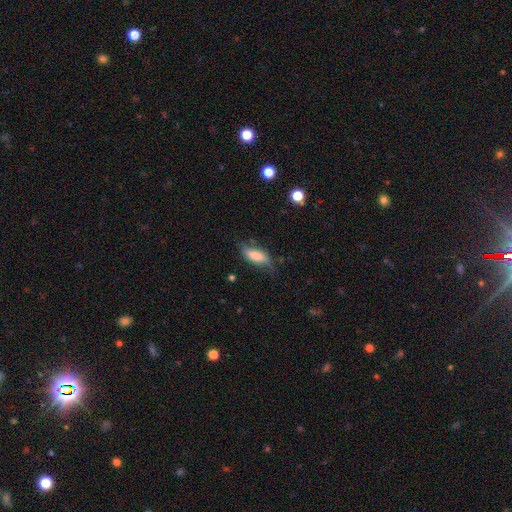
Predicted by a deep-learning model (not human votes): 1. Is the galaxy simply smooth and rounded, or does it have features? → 62% smooth, 30% featured or disk, 8% star or artifact.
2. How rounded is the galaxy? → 72% in between, 24% cigar-shaped, 3% round.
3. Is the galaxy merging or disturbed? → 53% none, 32% minor disturbance, 12% major disturbance, 2% merger.